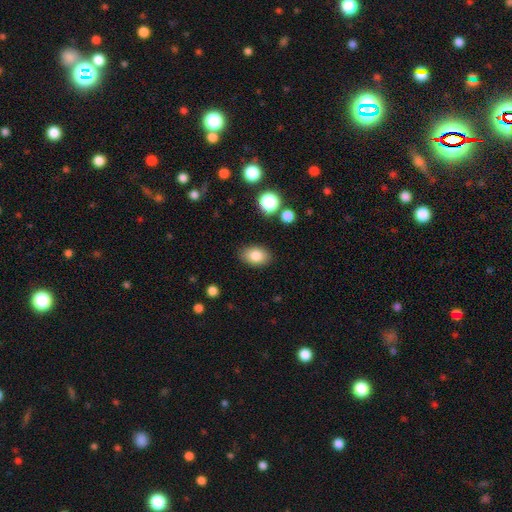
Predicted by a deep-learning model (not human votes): Overall: smooth (82%). How rounded: in between (86%). Merging: none (86%).